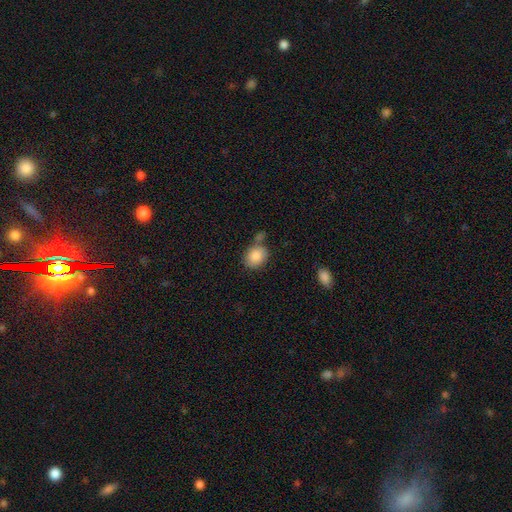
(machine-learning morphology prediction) Smooth or featured? smooth (86%)
How rounded? round (53%)
Merging? none (55%)